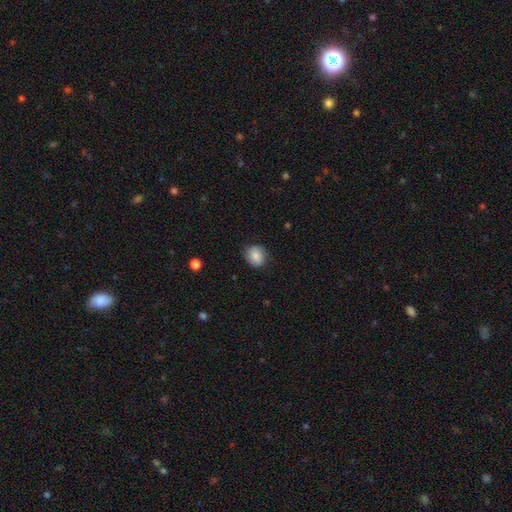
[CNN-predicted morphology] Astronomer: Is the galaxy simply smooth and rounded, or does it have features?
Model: smooth — 81%.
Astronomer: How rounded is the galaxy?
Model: round — 67%.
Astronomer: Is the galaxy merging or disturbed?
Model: none — 78%.